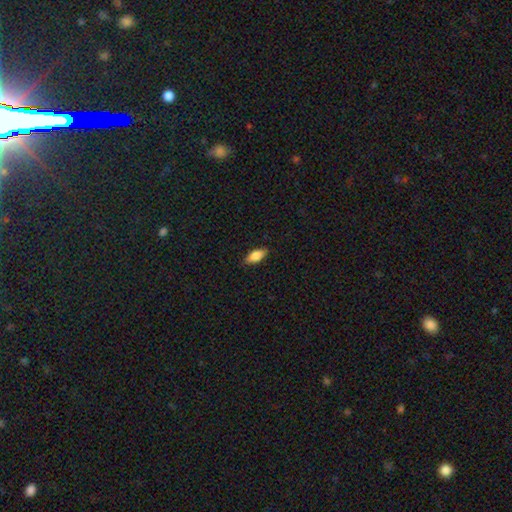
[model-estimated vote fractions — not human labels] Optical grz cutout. It shows a smooth galaxy with no disk features (78%) that is in between round and cigar-shaped (82%). Merging: none (85%).